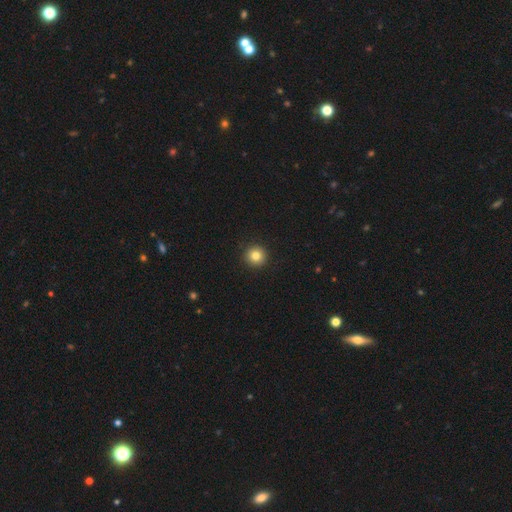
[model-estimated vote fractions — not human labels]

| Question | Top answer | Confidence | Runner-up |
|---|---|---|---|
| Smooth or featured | smooth | 83% | star or artifact (11%) |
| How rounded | round | 95% | in between (4%) |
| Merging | none | 93% | minor disturbance (4%) |